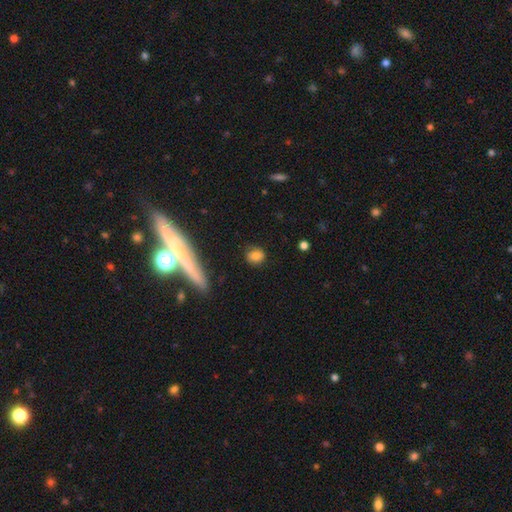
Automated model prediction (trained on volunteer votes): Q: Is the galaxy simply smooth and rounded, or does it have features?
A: smooth — 79%.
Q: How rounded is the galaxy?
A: round — 57%.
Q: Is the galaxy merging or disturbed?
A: none — 77%.